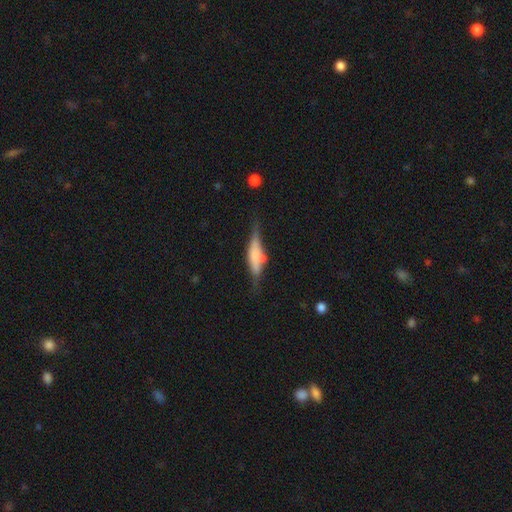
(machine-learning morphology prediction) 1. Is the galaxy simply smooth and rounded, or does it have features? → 55% featured or disk, 38% smooth, 7% star or artifact.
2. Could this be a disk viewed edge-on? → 91% yes, 9% no.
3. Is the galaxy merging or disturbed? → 60% none, 24% minor disturbance, 9% major disturbance, 7% merger.